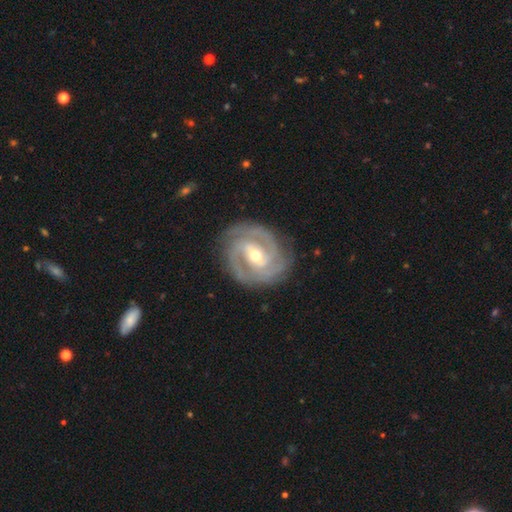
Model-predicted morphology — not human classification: Smooth or featured? Predicted: featured or disk (p=0.91). Edge-on disk? Predicted: no (p=0.97). Bar? Predicted: weak (p=0.48). Spiral arms? Predicted: yes (p=0.98). Spiral winding? Predicted: tight (p=0.65). Spiral arm count? Predicted: 3 (p=0.38). Bulge size? Predicted: moderate (p=0.58). Merging? Predicted: none (p=0.83).